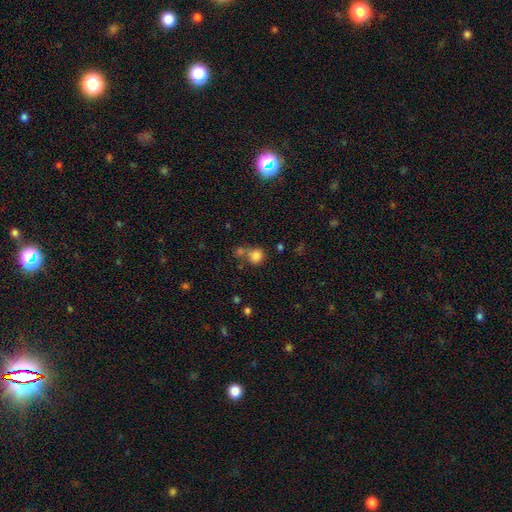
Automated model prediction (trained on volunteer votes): Morphology: type=smooth (82%); roundness=round (83%); merging=none (52%).